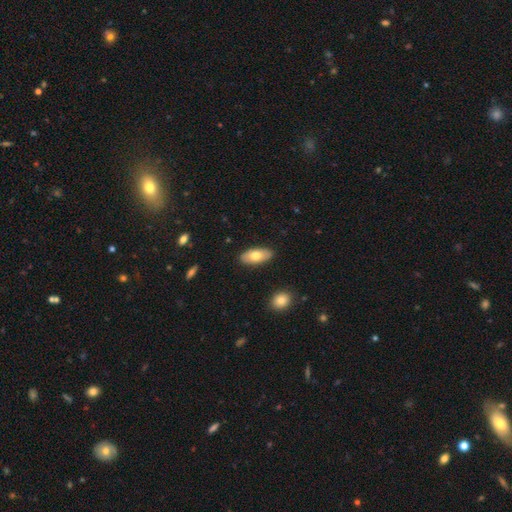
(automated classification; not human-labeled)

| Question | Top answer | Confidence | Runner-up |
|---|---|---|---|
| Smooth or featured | smooth | 72% | featured or disk (23%) |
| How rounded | in between | 91% | cigar-shaped (7%) |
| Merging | none | 88% | minor disturbance (9%) |